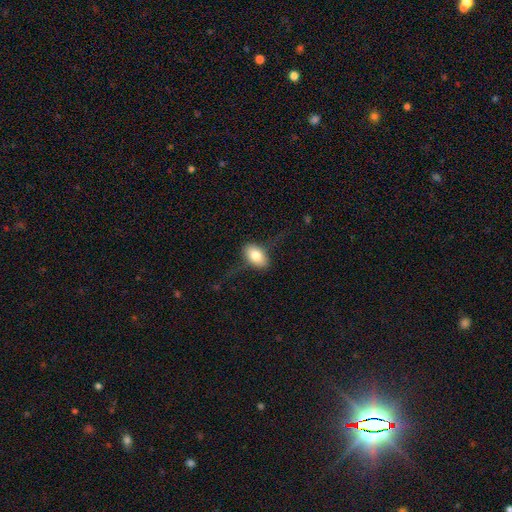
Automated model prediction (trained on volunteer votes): Q: Smooth or featured?
A: smooth (75%); runner-up: featured or disk (18%)
Q: How rounded?
A: in between (89%); runner-up: round (8%)
Q: Merging?
A: none (67%); runner-up: minor disturbance (19%)